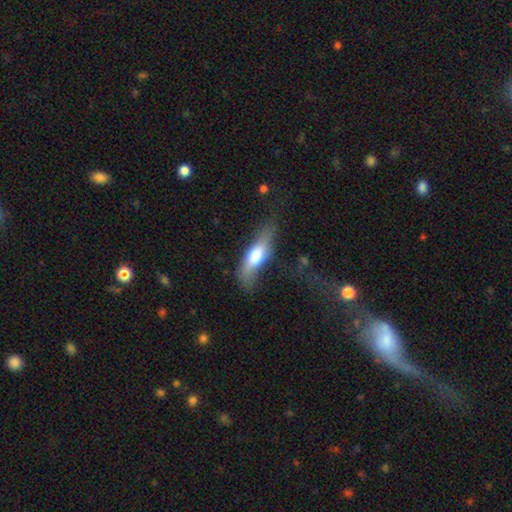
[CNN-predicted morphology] A smooth galaxy with no disk features (64%) that is in between round and cigar-shaped (53%).

Vote fractions:
- Smooth or featured? smooth: 64% / featured or disk: 30% / star or artifact: 6%
- How rounded? in between: 53% / cigar-shaped: 44% / round: 3%
- Merging? none: 53% / minor disturbance: 27% / major disturbance: 17% / merger: 3%